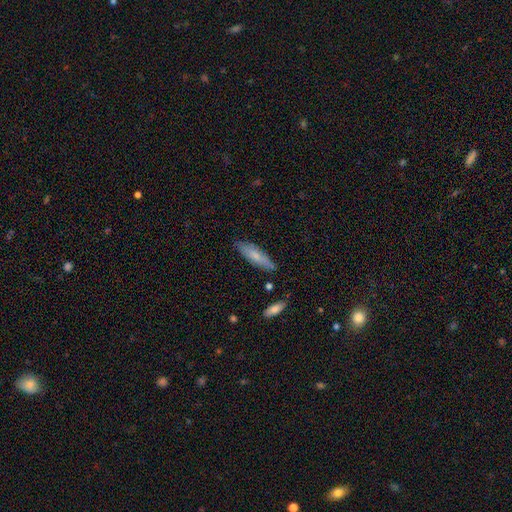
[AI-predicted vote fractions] Morphology: type=smooth (68%); roundness=cigar-shaped (60%); merging=none (78%).